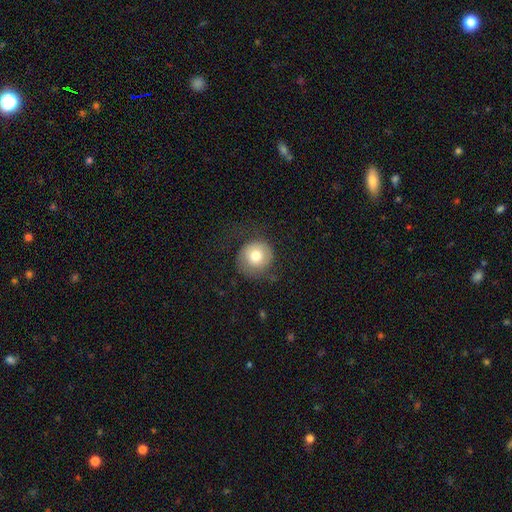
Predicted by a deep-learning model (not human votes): The model was most divided on "merging": none: 61%, minor disturbance: 20%, major disturbance: 18%, merger: 1%. More confident: how rounded — round (89%); smooth or featured — smooth (68%).